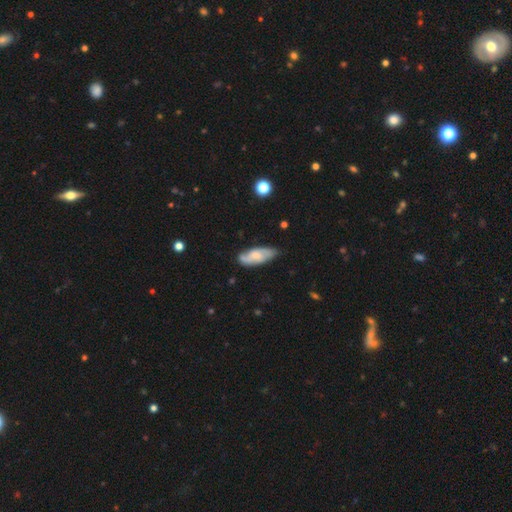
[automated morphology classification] A featured or disk galaxy (48%). Merging: none (72%).